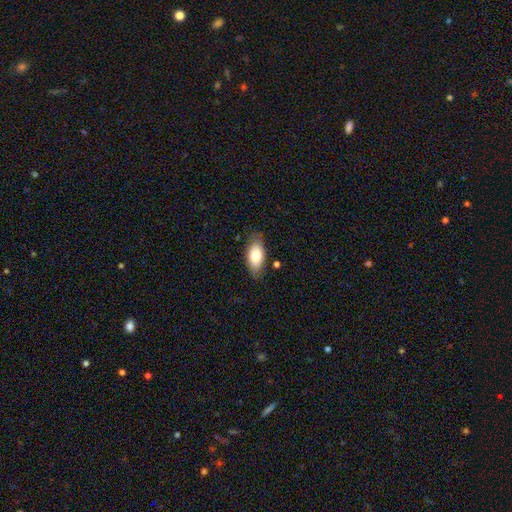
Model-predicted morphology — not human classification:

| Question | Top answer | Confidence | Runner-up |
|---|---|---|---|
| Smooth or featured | smooth | 78% | featured or disk (15%) |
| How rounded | in between | 91% | cigar-shaped (6%) |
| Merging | none | 79% | minor disturbance (16%) |